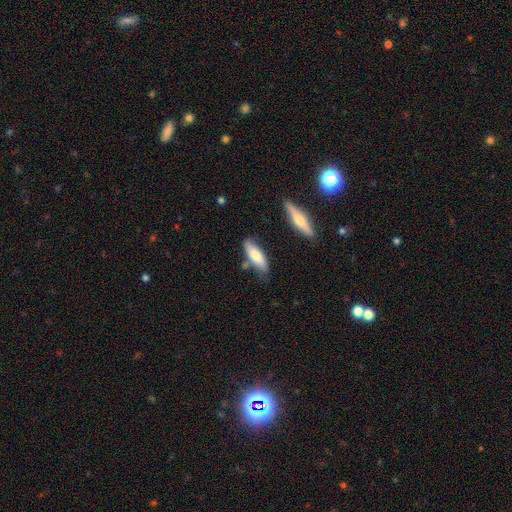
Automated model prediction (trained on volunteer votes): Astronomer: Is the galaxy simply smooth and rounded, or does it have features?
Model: smooth — 72%.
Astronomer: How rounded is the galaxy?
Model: in between — 58% (runner-up: cigar-shaped, 40%).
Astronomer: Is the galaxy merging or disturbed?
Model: none — 68%.